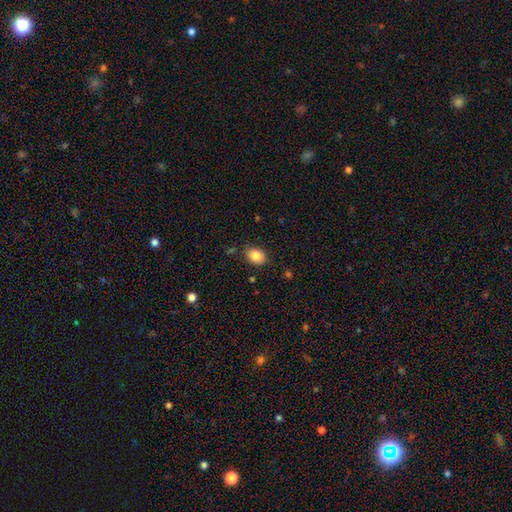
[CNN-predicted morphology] smooth-or-featured: smooth: 85% | star or artifact: 8% | featured or disk: 7%
  how-rounded: in between: 76% | round: 23% | cigar-shaped: 1%
  merging: none: 83% | minor disturbance: 13% | major disturbance: 3% | merger: 2%